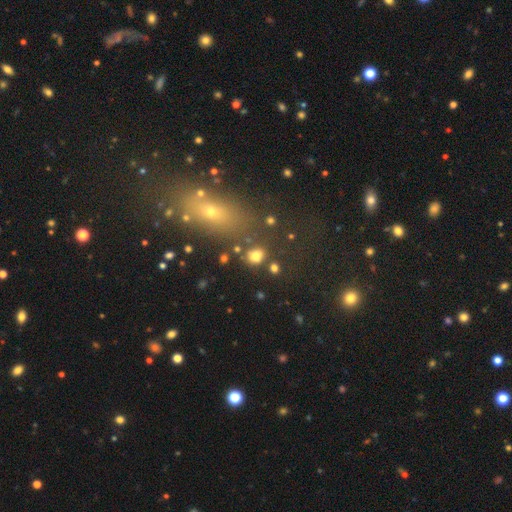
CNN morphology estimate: Q: Smooth or featured?
A: smooth (78%); runner-up: star or artifact (15%)
Q: How rounded?
A: round (56%); runner-up: in between (42%)
Q: Merging?
A: none (72%); runner-up: minor disturbance (12%)